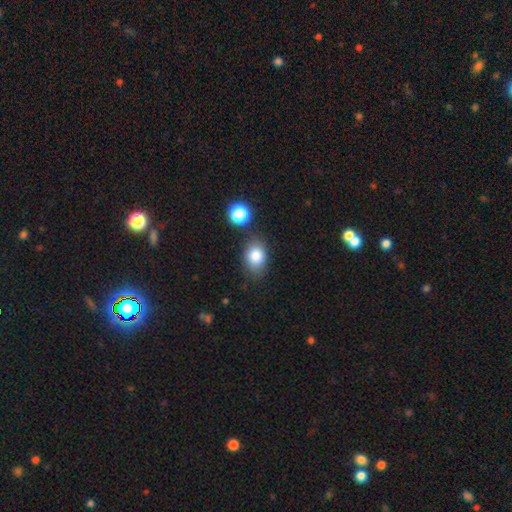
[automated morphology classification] Smooth or featured?
  - smooth: 83% *
  - star or artifact: 10%
  - featured or disk: 7%
How rounded?
  - in between: 72% *
  - round: 27%
  - cigar-shaped: 1%
Merging?
  - none: 75% *
  - minor disturbance: 14%
  - merger: 6%
  - major disturbance: 4%